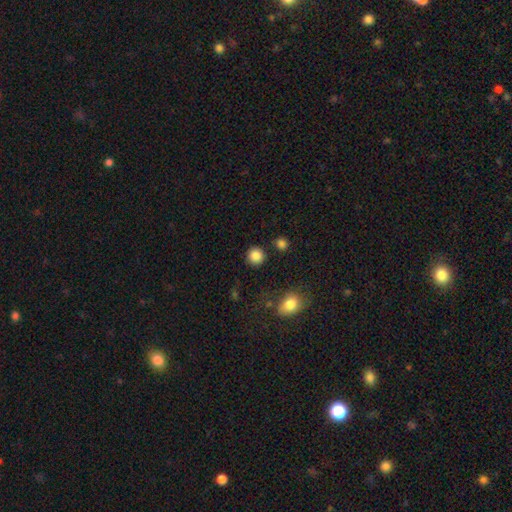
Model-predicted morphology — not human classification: smooth-or-featured: smooth: 86% | star or artifact: 10% | featured or disk: 4%
  how-rounded: round: 93% | in between: 7% | cigar-shaped: 1%
  merging: none: 88% | minor disturbance: 7% | merger: 3% | major disturbance: 2%